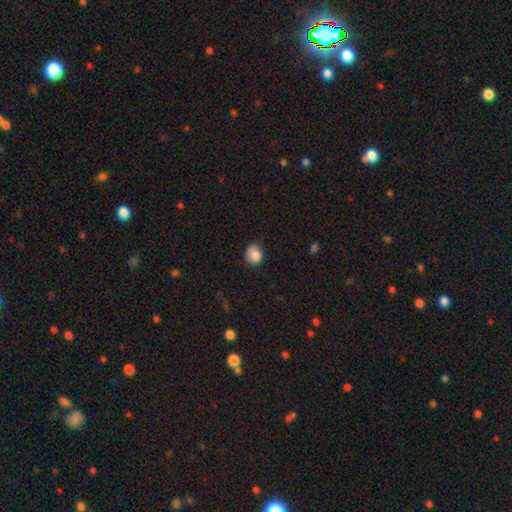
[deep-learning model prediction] Smooth or featured? Predicted: smooth (p=0.85). How rounded? Predicted: round (p=0.59). Merging? Predicted: none (p=0.65).